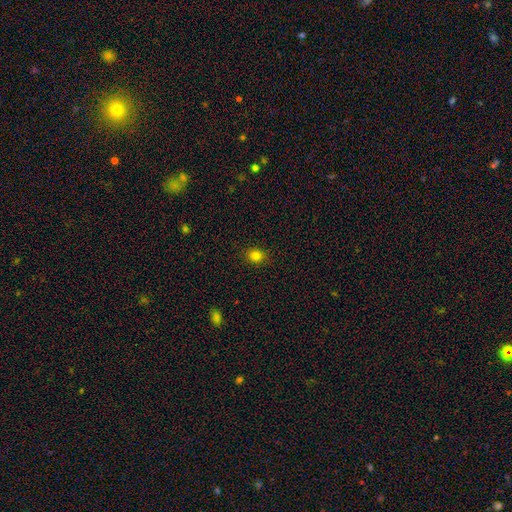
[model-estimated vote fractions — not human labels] Smooth or featured? smooth (80%)
How rounded? round (59%)
Merging? none (89%)